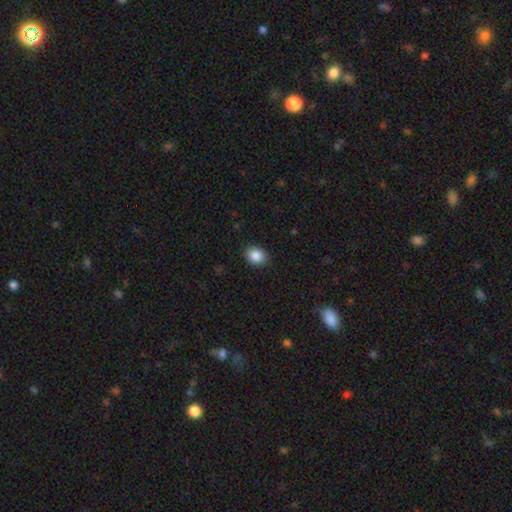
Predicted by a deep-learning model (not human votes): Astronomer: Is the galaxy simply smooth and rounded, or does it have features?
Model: smooth — 87%.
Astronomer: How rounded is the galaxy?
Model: in between — 53% (runner-up: round, 46%).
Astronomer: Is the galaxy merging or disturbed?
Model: none — 87%.